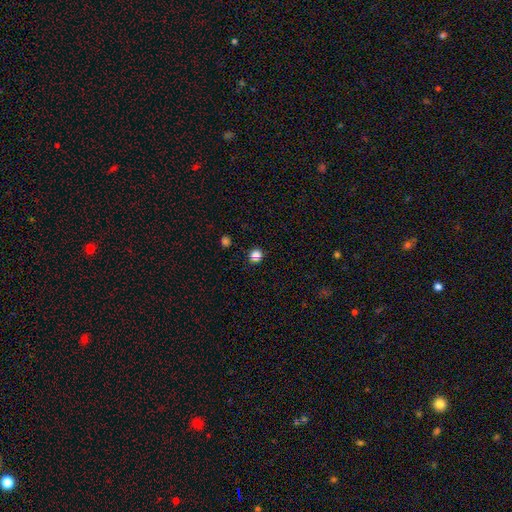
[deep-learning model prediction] Smooth or featured: smooth — 84% (star or artifact — 12%)
How rounded: round — 87% (in between — 12%)
Merging: none — 90% (minor disturbance — 7%)